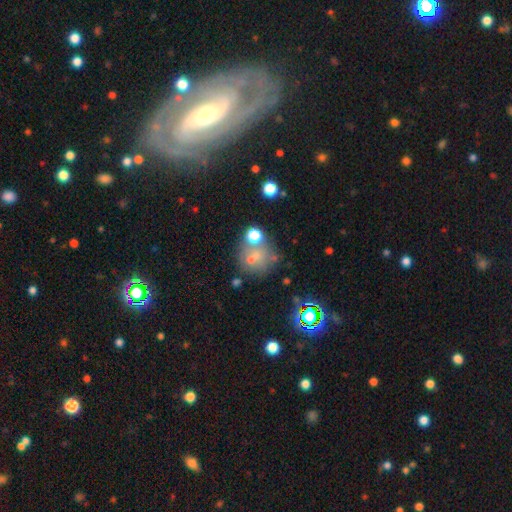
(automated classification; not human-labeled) Morphology: type=smooth (51%); roundness=round (84%); merging=none (53%).